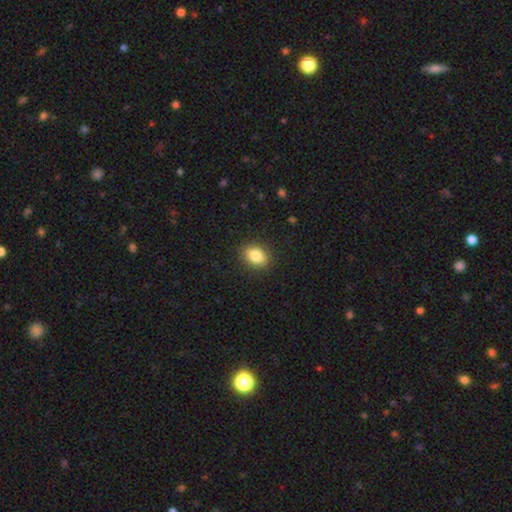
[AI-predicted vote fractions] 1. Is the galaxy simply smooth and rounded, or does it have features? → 85% smooth, 9% star or artifact, 6% featured or disk.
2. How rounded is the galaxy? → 73% in between, 26% round, 1% cigar-shaped.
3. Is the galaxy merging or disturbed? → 89% none, 8% minor disturbance, 2% major disturbance, 1% merger.